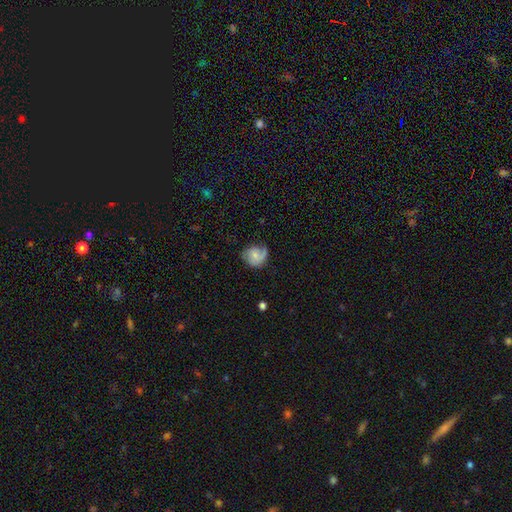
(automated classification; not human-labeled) This is possibly a featured or disk galaxy (48%). Merging: possibly none (53%).